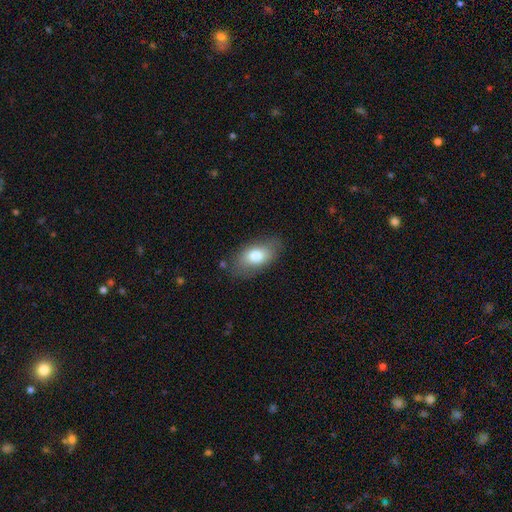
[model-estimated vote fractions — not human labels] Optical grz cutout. It shows a smooth galaxy with no disk features (75%) that is in between round and cigar-shaped (89%). Merging: none (79%).